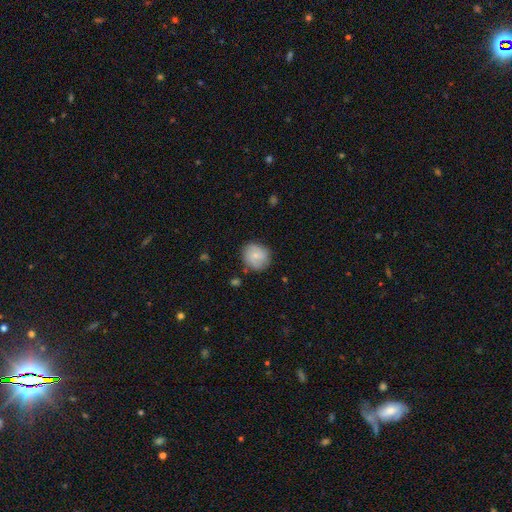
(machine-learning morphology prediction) Smooth or featured? smooth (67%)
How rounded? round (83%)
Merging? none (78%)